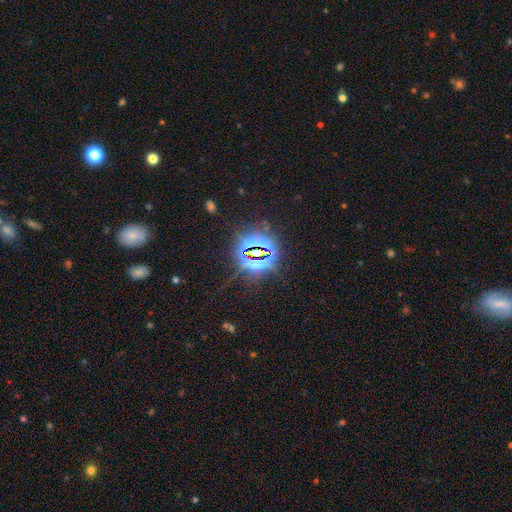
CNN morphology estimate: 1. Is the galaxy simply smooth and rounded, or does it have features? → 82% star or artifact, 10% smooth, 8% featured or disk.